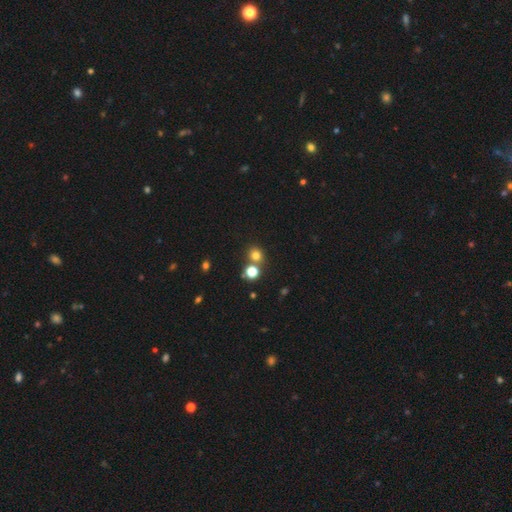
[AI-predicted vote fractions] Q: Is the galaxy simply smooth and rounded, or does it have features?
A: smooth — 75%.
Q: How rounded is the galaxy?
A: round — 82%.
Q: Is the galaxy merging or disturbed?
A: none — 68%.